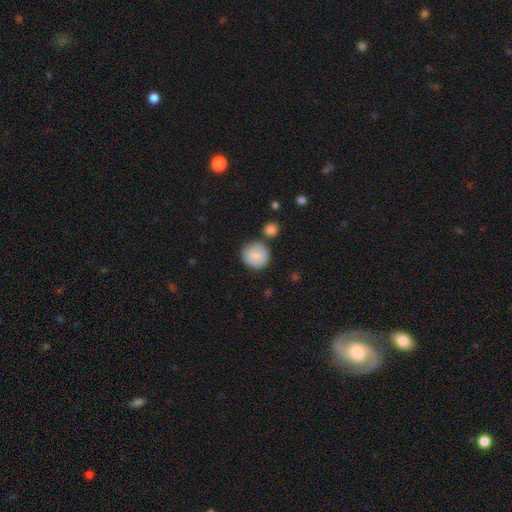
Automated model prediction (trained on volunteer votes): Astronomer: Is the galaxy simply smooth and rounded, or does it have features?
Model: smooth — 87%.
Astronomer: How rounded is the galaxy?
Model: round — 91%.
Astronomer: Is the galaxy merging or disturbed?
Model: none — 77%.